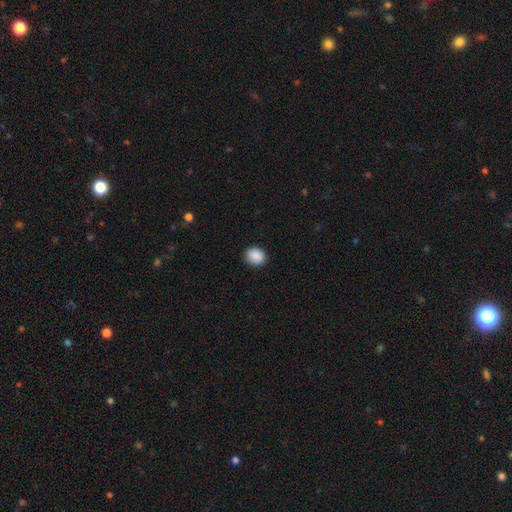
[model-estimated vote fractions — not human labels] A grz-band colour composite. It shows a smooth galaxy with no disk features (89%) that is round (72%). Merging: none (90%).